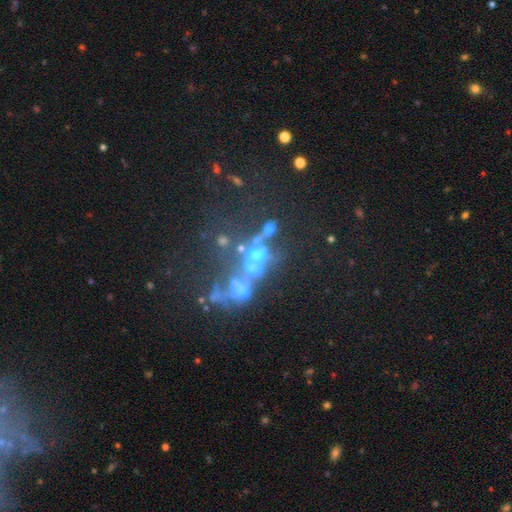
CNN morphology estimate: Smooth or featured?
  - featured or disk: 39% *
  - smooth: 33%
  - star or artifact: 29%
Merging?
  - merger: 48% *
  - none: 25%
  - major disturbance: 18%
  - minor disturbance: 9%